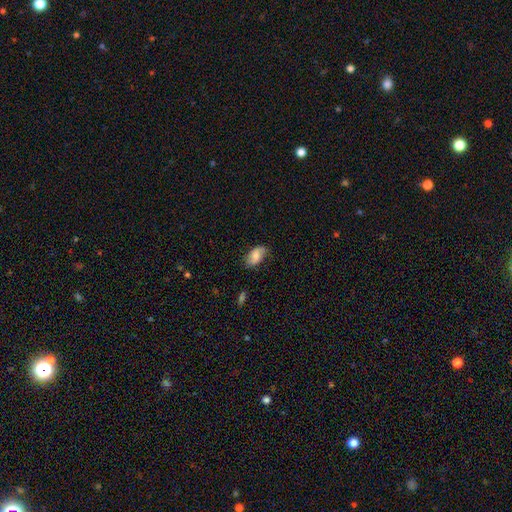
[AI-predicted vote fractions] This appears to be a smooth galaxy with no disk features (63%) that is in between round and cigar-shaped (92%). Merging: none (68%).